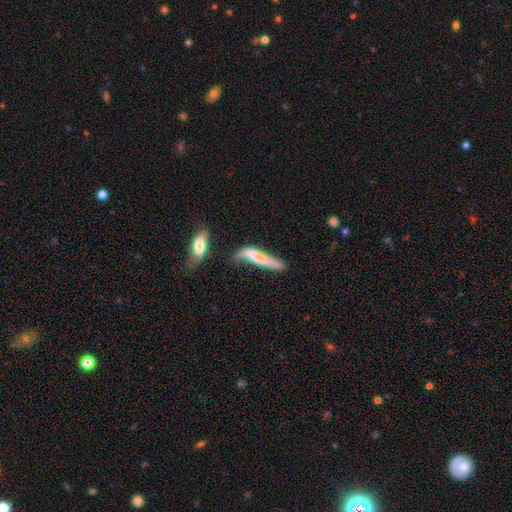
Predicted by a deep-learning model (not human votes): Q: Smooth or featured?
A: smooth (61%); runner-up: featured or disk (32%)
Q: How rounded?
A: cigar-shaped (81%); runner-up: in between (17%)
Q: Merging?
A: major disturbance (31%); runner-up: minor disturbance (26%)